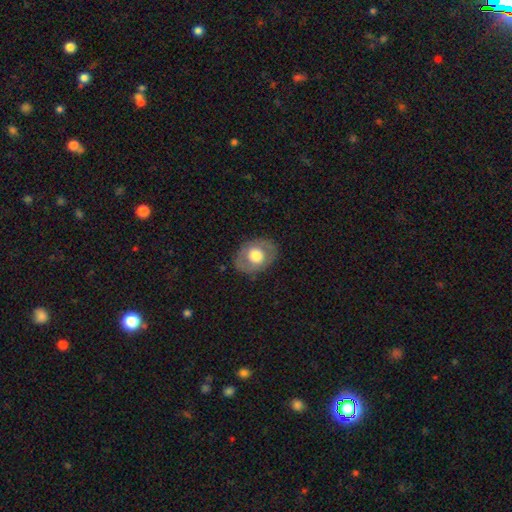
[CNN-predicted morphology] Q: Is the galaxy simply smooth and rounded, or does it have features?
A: smooth — 56%.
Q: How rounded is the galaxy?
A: in between — 63%.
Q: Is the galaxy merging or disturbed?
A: none — 80%.